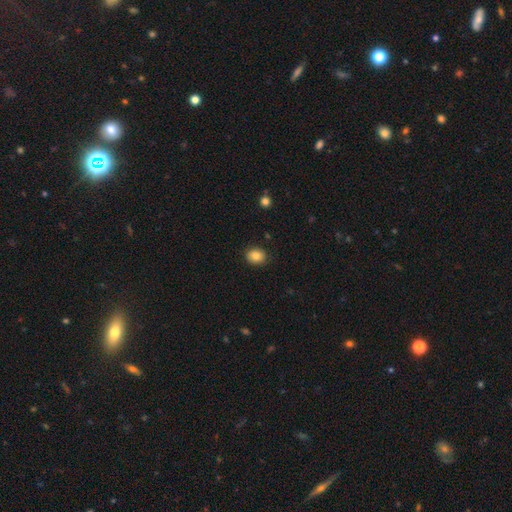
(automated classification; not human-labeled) smooth_or_featured: smooth (p=0.85) [alt: star or artifact p=0.09]
how_rounded: round (p=0.51) [alt: in between p=0.48]
merging: none (p=0.86) [alt: minor disturbance p=0.10]